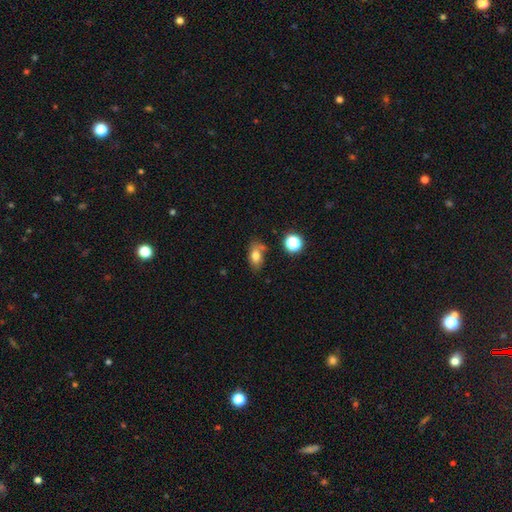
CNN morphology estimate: Smooth or featured: smooth — 75% (featured or disk — 13%)
How rounded: in between — 82% (round — 14%)
Merging: none — 61% (minor disturbance — 21%)